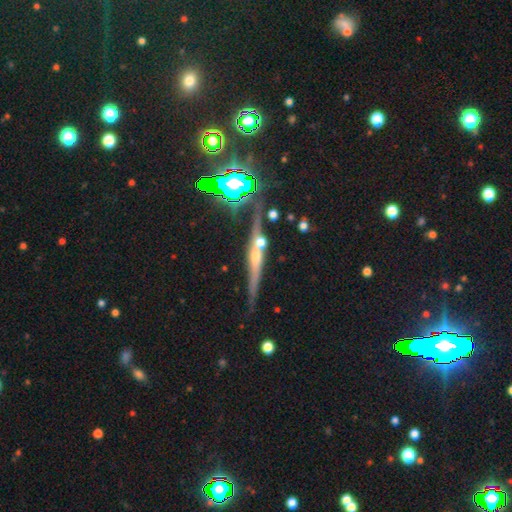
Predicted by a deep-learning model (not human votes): This appears to be a featured or disk galaxy (69%) viewed edge-on (94%) with a rounded central bulge (78%). Merging: none (72%).